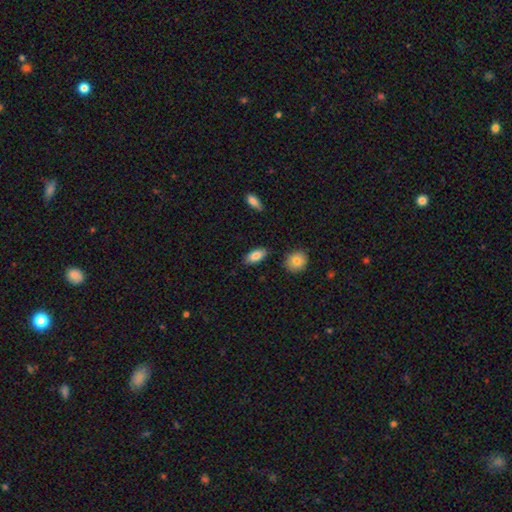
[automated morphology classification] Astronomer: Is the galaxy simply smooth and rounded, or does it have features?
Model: smooth — 84%.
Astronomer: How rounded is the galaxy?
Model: in between — 90%.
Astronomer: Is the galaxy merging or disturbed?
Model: none — 84%.